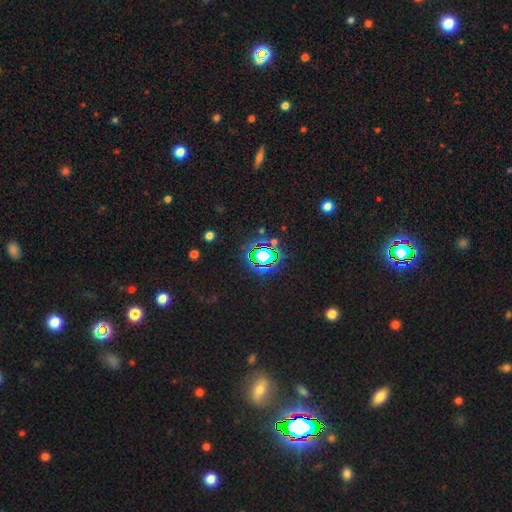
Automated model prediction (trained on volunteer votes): Smooth or featured? Predicted: star or artifact (p=0.70).